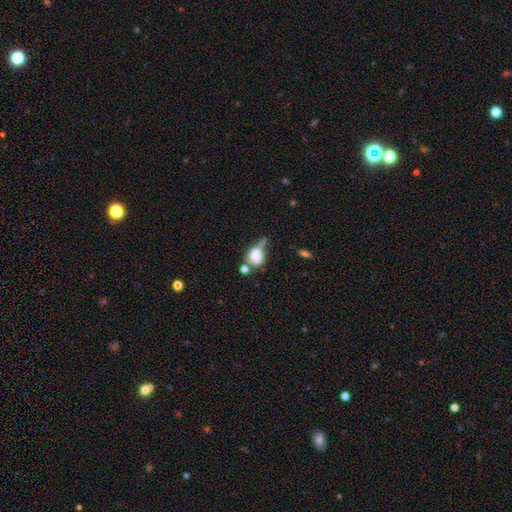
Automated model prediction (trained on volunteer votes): Q: Smooth or featured?
A: smooth (70%); runner-up: featured or disk (20%)
Q: How rounded?
A: in between (52%); runner-up: round (45%)
Q: Merging?
A: merger (32%); runner-up: none (26%)